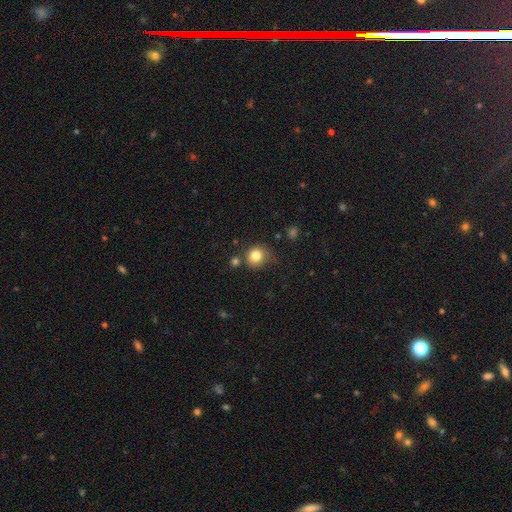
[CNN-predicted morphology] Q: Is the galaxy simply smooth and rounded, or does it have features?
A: smooth — 81%.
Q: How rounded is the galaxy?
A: round — 87%.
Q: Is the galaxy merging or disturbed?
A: none — 69%.